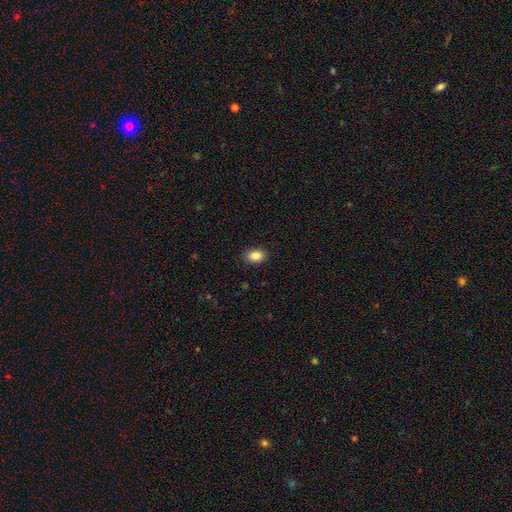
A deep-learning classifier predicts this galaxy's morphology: A smooth galaxy with no disk features (87%) that is in between round and cigar-shaped (82%). Merging: none (89%).